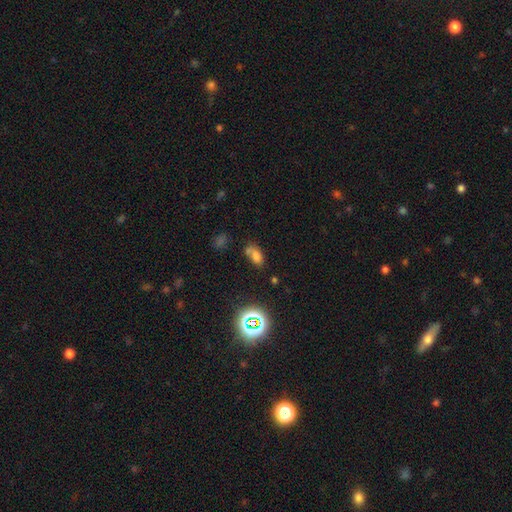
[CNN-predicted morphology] The model was most divided on "merging": none: 40%, merger: 34%, minor disturbance: 17%, major disturbance: 9%. More confident: how rounded — in between (83%); smooth or featured — smooth (66%).